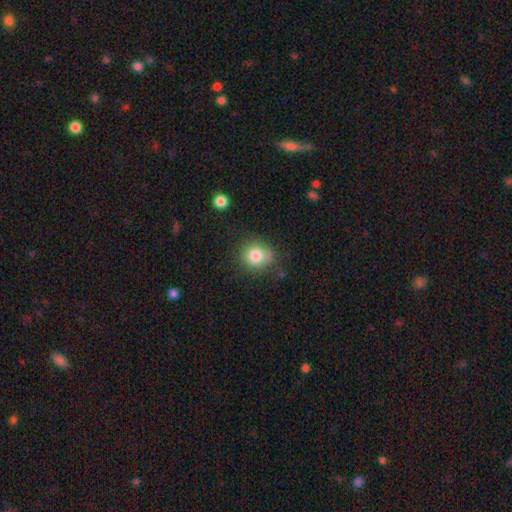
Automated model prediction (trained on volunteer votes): Smooth or featured? smooth (81%)
How rounded? round (82%)
Merging? none (73%)